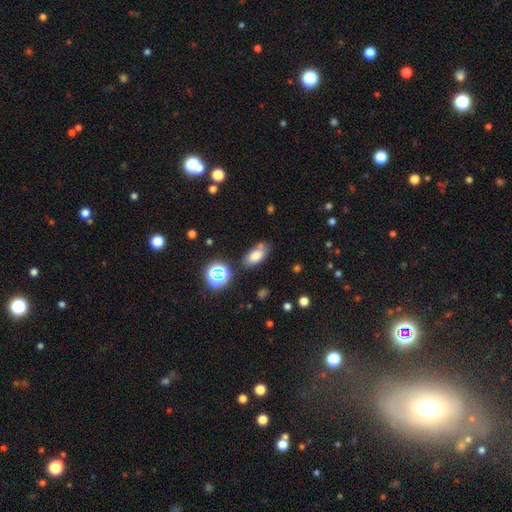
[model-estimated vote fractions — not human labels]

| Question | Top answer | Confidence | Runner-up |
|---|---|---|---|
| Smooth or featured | smooth | 74% | star or artifact (14%) |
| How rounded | in between | 86% | cigar-shaped (8%) |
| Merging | none | 68% | minor disturbance (18%) |